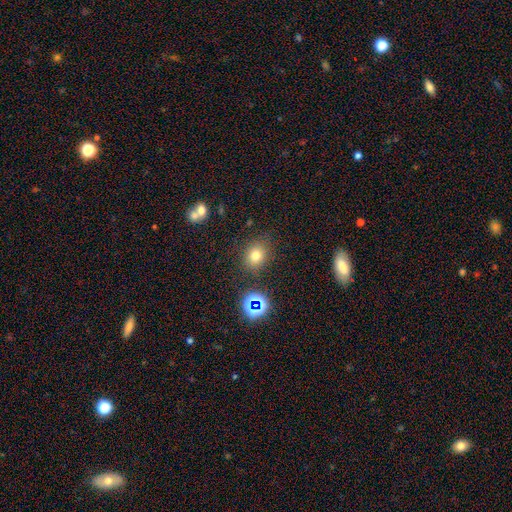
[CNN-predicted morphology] Overall: smooth (72%). How rounded: round (61%; in between 38%). Merging: none (82%).